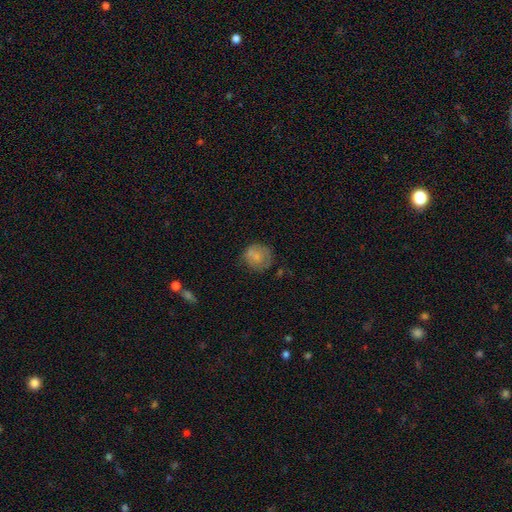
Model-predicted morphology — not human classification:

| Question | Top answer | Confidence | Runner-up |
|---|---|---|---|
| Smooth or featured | smooth | 70% | featured or disk (21%) |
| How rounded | round | 85% | in between (14%) |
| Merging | none | 57% | minor disturbance (24%) |